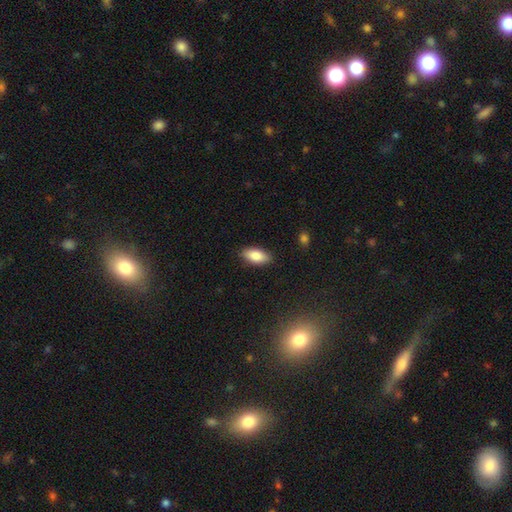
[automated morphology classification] Smooth or featured? smooth (84%)
How rounded? in between (88%)
Merging? none (86%)